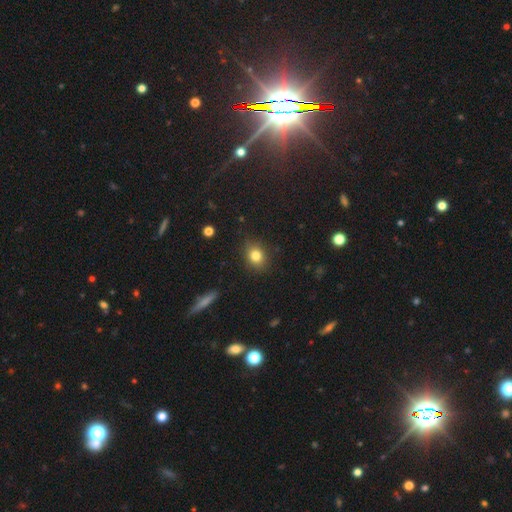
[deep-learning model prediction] This is clearly a smooth galaxy (82%). How rounded: possibly round (53%). Merging: clearly none (86%).